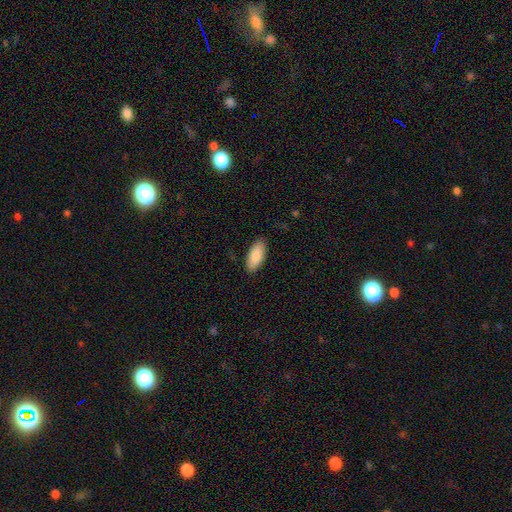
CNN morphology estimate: Overall: smooth (87%). How rounded: in between (86%). Merging: none (87%).